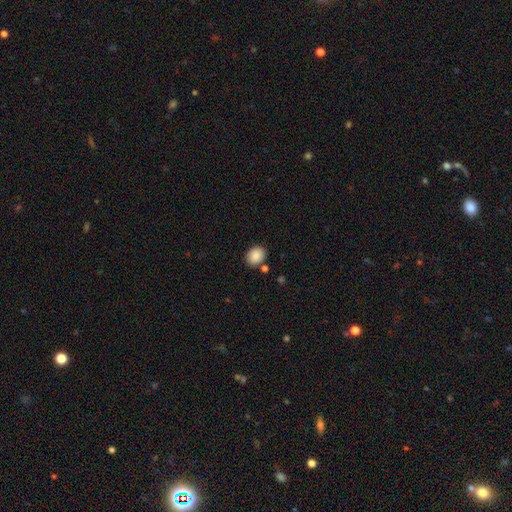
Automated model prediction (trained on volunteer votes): smooth 88%, star or artifact 8%, featured or disk 4%. Down the decision tree: how rounded — in between (52%); merging — none (81%).